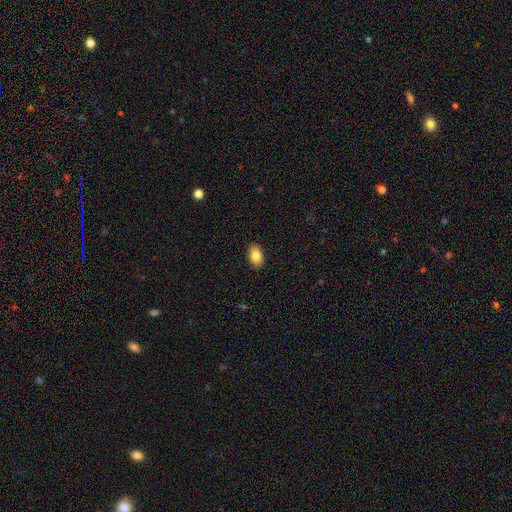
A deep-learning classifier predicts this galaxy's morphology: Smooth or featured? smooth (84%)
How rounded? in between (90%)
Merging? none (89%)